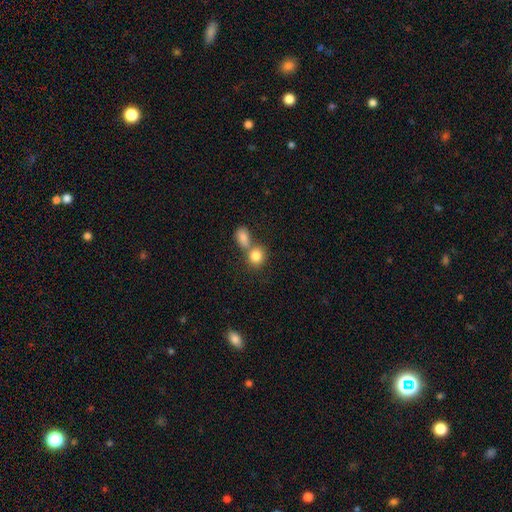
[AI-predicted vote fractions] smooth_or_featured: smooth (p=0.82) [alt: star or artifact p=0.09]
how_rounded: round (p=0.74) [alt: in between p=0.24]
merging: merger (p=0.50) [alt: none p=0.39]